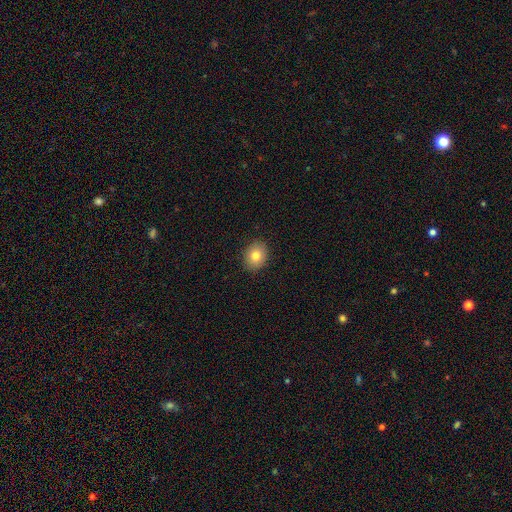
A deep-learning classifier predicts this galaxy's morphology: This appears to be a smooth galaxy with no disk features (80%) that is in between round and cigar-shaped (52%). Merging: none (89%).